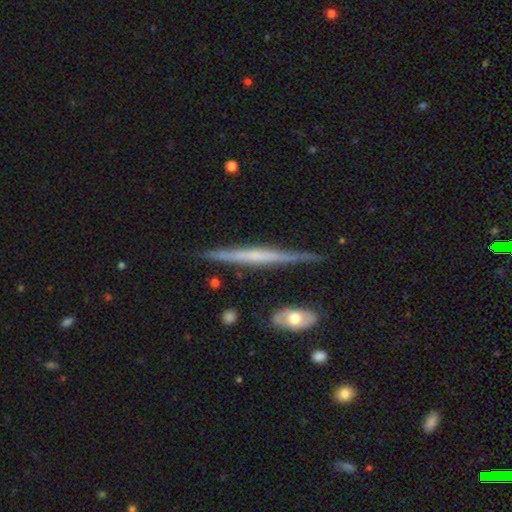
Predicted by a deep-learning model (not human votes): smooth_or_featured: featured or disk (p=0.70) [alt: smooth p=0.25]
disk_edge_on: yes (p=0.97) [alt: no p=0.03]
edge_on_bulge: none (p=0.61) [alt: rounded p=0.25]
merging: none (p=0.82) [alt: minor disturbance p=0.14]